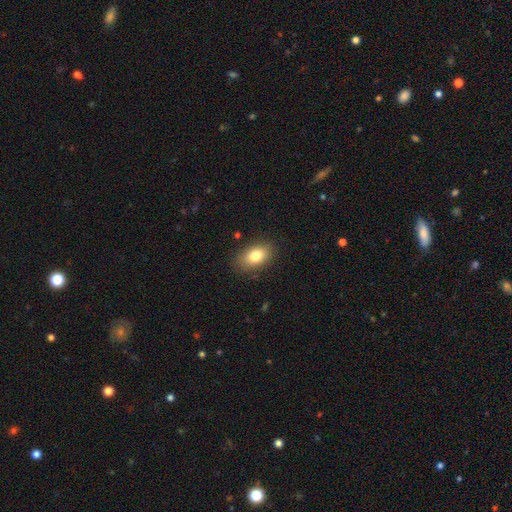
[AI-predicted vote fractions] Smooth or featured? Predicted: smooth (p=0.82). How rounded? Predicted: in between (p=0.88). Merging? Predicted: none (p=0.85).